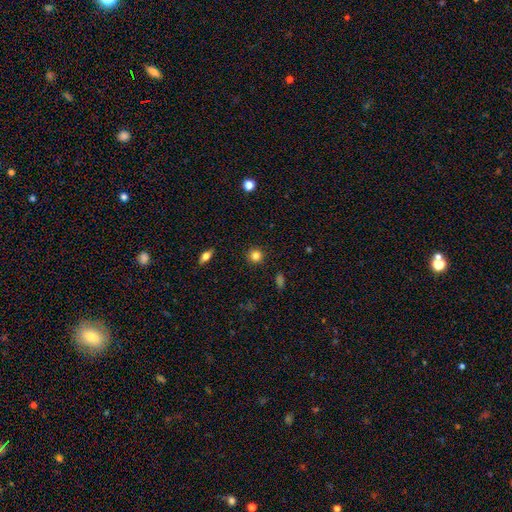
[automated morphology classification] Overall: smooth (83%). How rounded: round (93%). Merging: none (91%).